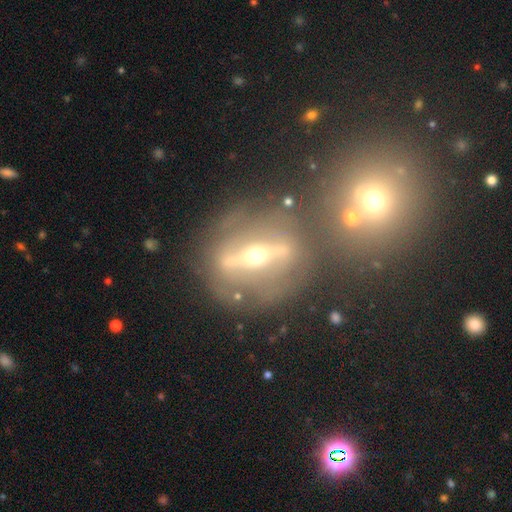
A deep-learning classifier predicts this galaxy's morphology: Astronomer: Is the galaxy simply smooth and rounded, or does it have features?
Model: featured or disk — 79%.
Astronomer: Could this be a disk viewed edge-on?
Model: yes — 55% (runner-up: no, 45%).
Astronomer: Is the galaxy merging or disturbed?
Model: none — 73%.